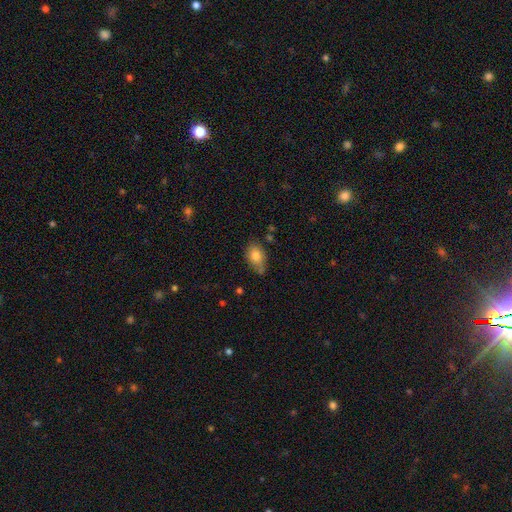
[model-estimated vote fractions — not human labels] A smooth galaxy with no disk features (80%) that is in between round and cigar-shaped (79%). Merging: none (57%).